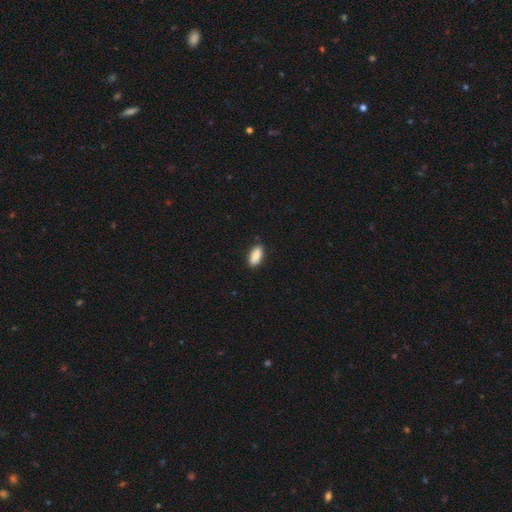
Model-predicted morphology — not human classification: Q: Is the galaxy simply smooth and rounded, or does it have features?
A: smooth — 89%.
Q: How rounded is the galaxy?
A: in between — 86%.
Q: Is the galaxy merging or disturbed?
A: none — 87%.